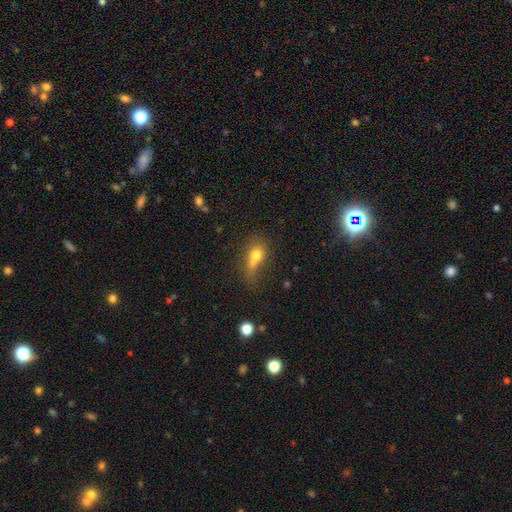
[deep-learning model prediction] A smooth galaxy with no disk features (69%) that is round (48%). Merging: merger (47%).